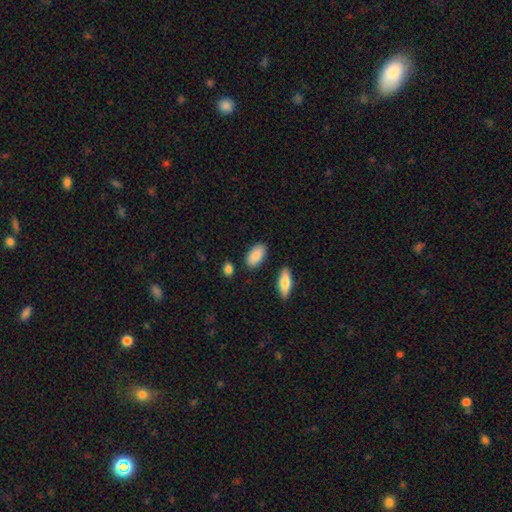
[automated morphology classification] The model was most divided on "merging": none: 82%, minor disturbance: 12%, merger: 3%, major disturbance: 3%. More confident: how rounded — in between (93%); smooth or featured — smooth (87%).